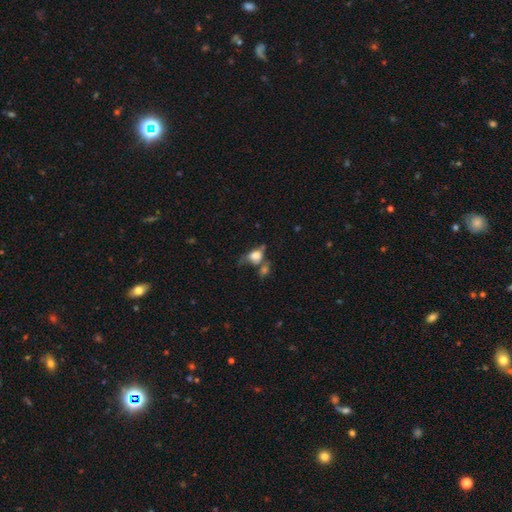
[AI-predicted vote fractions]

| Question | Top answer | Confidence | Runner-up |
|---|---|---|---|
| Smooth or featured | smooth | 70% | featured or disk (20%) |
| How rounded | in between | 65% | round (32%) |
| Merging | merger | 33% | none (27%) |